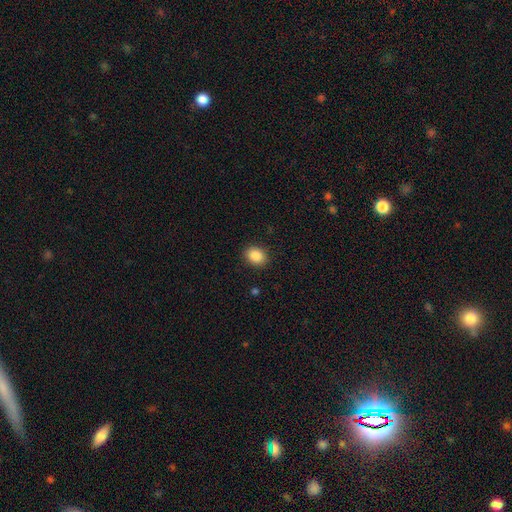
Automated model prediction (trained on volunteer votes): A smooth galaxy with no disk features (87%) that is in between round and cigar-shaped (52%).

Vote fractions:
- Smooth or featured? smooth: 87% / star or artifact: 9% / featured or disk: 4%
- How rounded? in between: 52% / round: 47% / cigar-shaped: 1%
- Merging? none: 90% / minor disturbance: 7% / major disturbance: 2% / merger: 1%